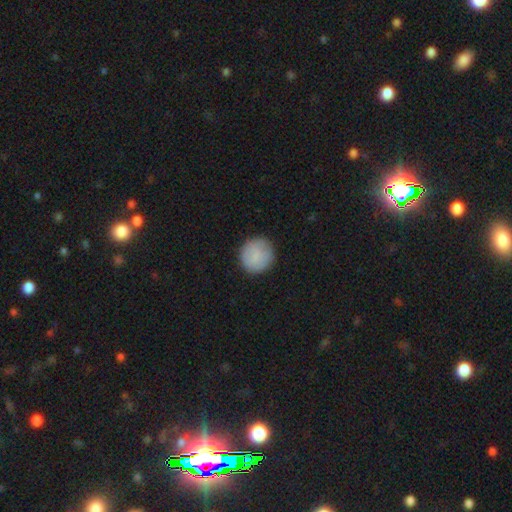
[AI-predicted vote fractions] smooth-or-featured: smooth: 85% | featured or disk: 9% | star or artifact: 7%
  how-rounded: round: 93% | in between: 6% | cigar-shaped: 1%
  merging: none: 85% | minor disturbance: 11% | major disturbance: 3% | merger: 1%